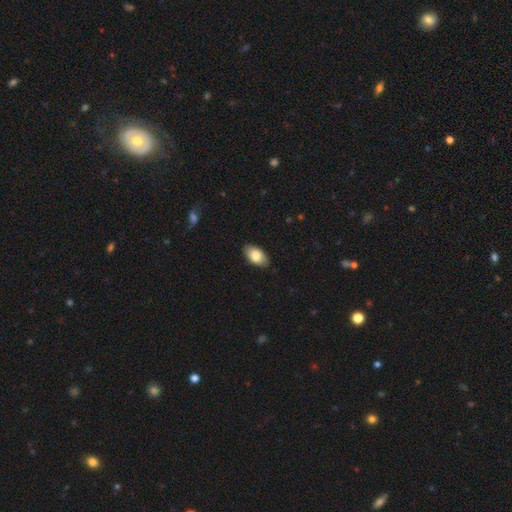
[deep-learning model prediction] Smooth or featured? smooth (83%)
How rounded? in between (95%)
Merging? none (87%)